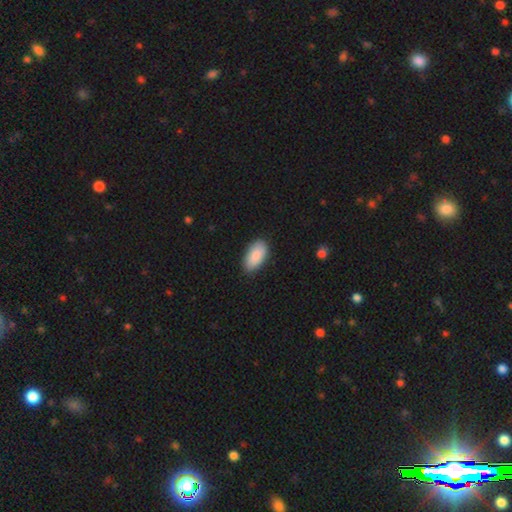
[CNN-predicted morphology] Overall: smooth (89%). How rounded: in between (94%). Merging: none (84%).